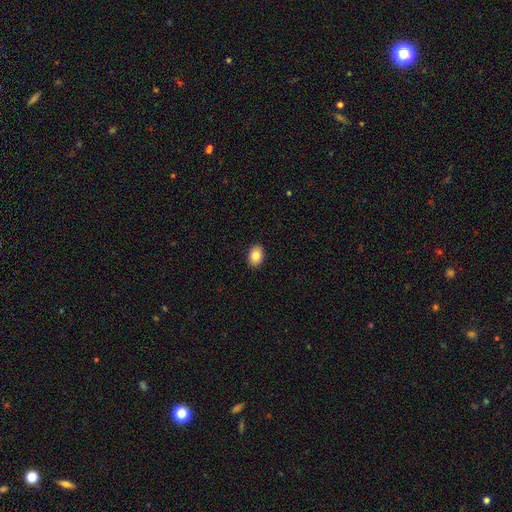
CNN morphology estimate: smooth-or-featured: smooth: 84% | featured or disk: 8% | star or artifact: 8%
  how-rounded: in between: 81% | round: 18% | cigar-shaped: 1%
  merging: none: 90% | minor disturbance: 7% | major disturbance: 2% | merger: 1%